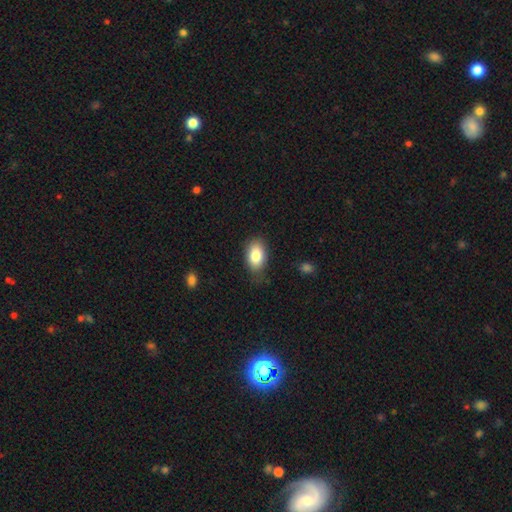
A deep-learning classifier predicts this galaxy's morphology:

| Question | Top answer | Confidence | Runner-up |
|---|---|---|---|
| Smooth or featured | smooth | 84% | featured or disk (8%) |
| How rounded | in between | 91% | round (8%) |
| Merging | none | 78% | minor disturbance (17%) |